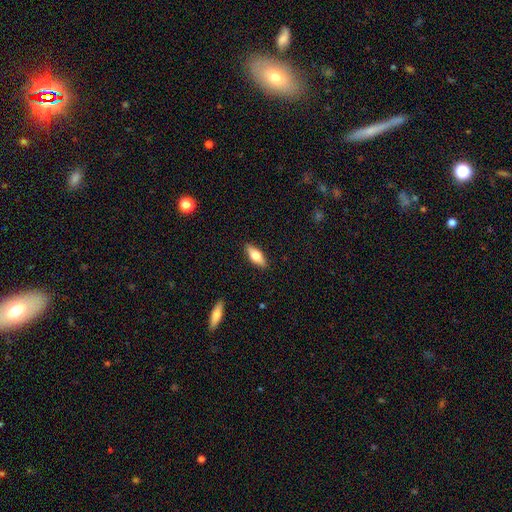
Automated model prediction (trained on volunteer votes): smooth-or-featured: smooth: 64% | featured or disk: 30% | star or artifact: 6%
  how-rounded: in between: 70% | cigar-shaped: 27% | round: 3%
  merging: none: 89% | minor disturbance: 8% | major disturbance: 2% | merger: 1%